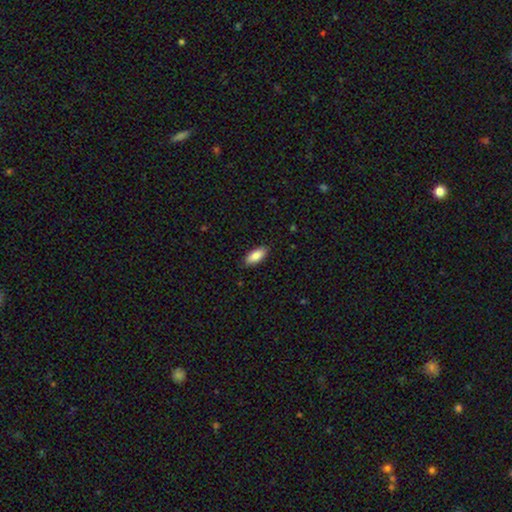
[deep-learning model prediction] This is clearly a smooth galaxy (86%). How rounded: clearly in between (85%). Merging: clearly none (87%).